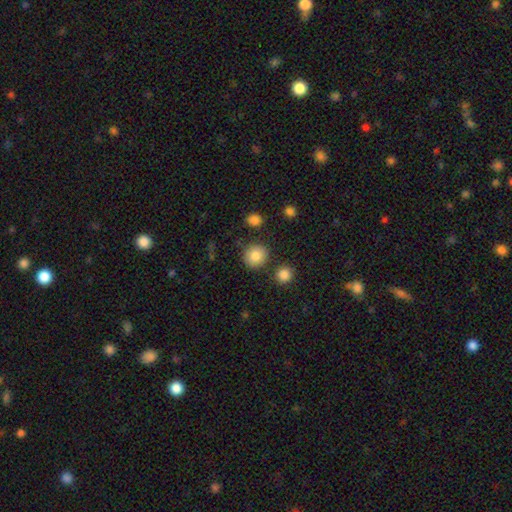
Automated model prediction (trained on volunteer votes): Morphology: type=smooth (84%); roundness=round (91%); merging=none (84%).